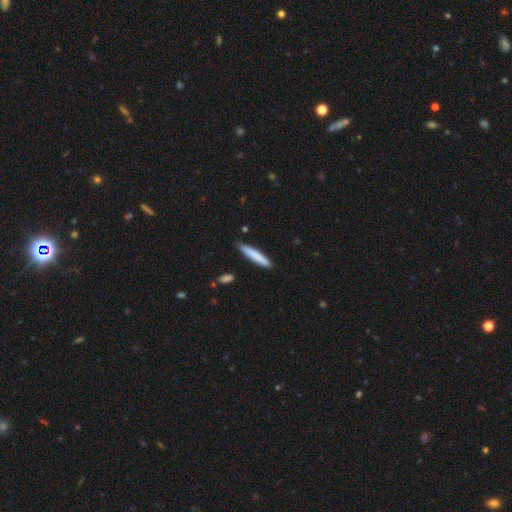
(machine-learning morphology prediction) This appears to be a smooth galaxy with no disk features (81%) that is cigar-shaped (92%). Merging: none (86%).